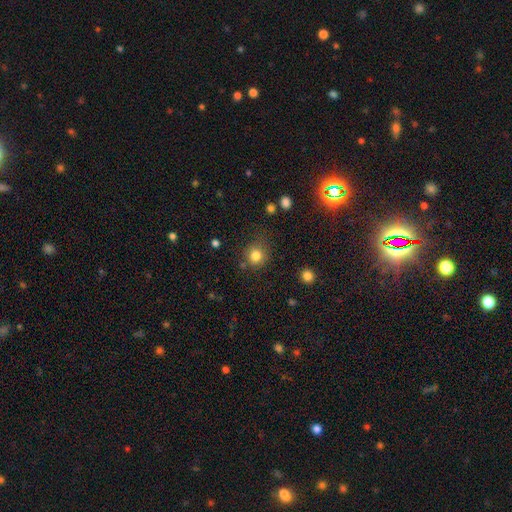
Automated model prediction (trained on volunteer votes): smooth-or-featured: smooth: 82% | star or artifact: 12% | featured or disk: 6%
  how-rounded: round: 86% | in between: 13% | cigar-shaped: 1%
  merging: none: 75% | minor disturbance: 15% | major disturbance: 5% | merger: 5%